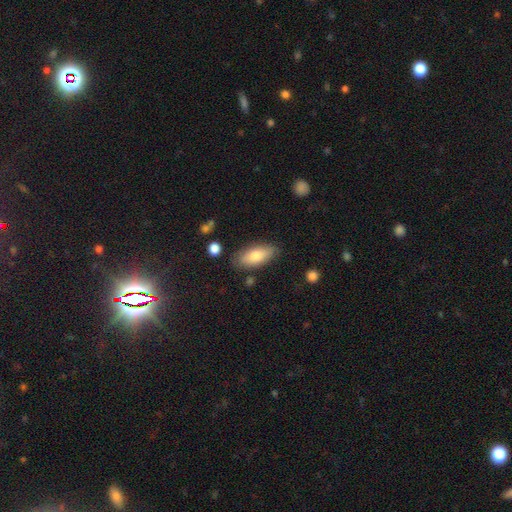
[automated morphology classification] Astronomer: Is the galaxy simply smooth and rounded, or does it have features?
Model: smooth — 78%.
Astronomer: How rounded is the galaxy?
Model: in between — 83%.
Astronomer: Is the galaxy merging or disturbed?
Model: none — 80%.